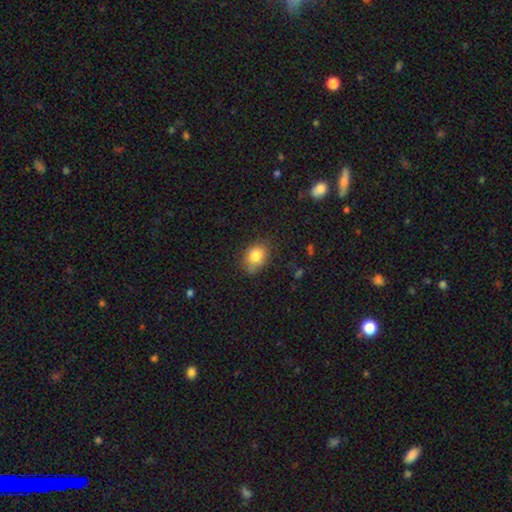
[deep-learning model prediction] Smooth or featured? smooth (83%)
How rounded? in between (63%)
Merging? none (70%)